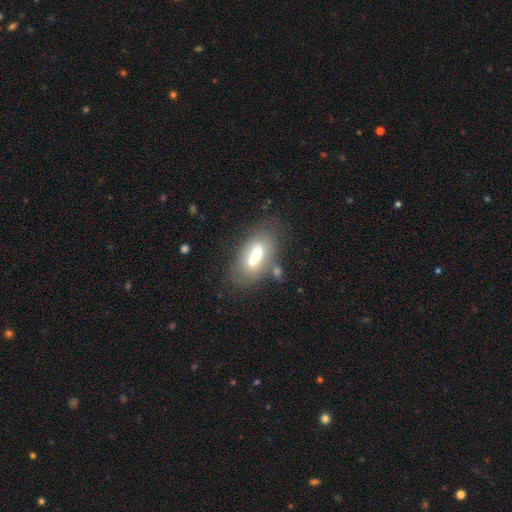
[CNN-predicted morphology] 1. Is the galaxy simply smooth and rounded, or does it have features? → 53% smooth, 37% featured or disk, 10% star or artifact.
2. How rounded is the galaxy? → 74% in between, 21% cigar-shaped, 5% round.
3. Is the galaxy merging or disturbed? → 58% none, 18% minor disturbance, 15% merger, 9% major disturbance.